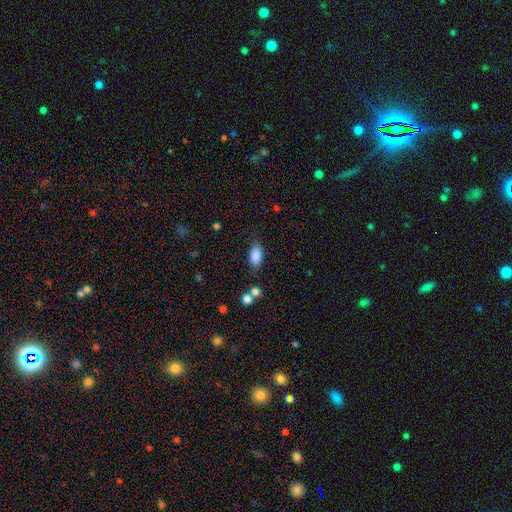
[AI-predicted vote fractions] This appears to be a smooth galaxy with no disk features (85%) that is in between round and cigar-shaped (89%). Merging: none (73%).